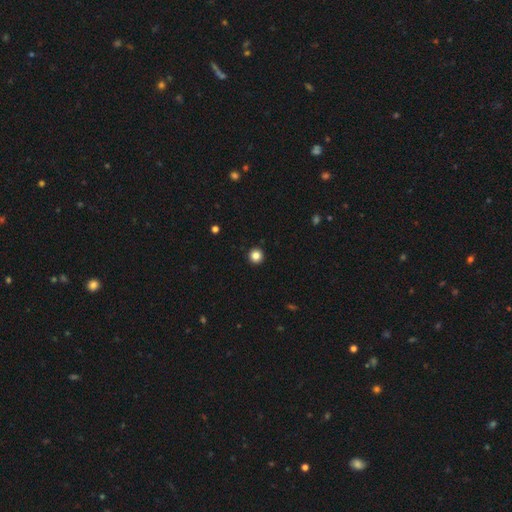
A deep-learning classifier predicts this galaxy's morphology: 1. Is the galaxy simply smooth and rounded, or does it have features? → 84% smooth, 11% star or artifact, 4% featured or disk.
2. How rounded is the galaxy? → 96% round, 3% in between, 1% cigar-shaped.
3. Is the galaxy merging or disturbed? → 94% none, 4% minor disturbance, 1% major disturbance, 1% merger.